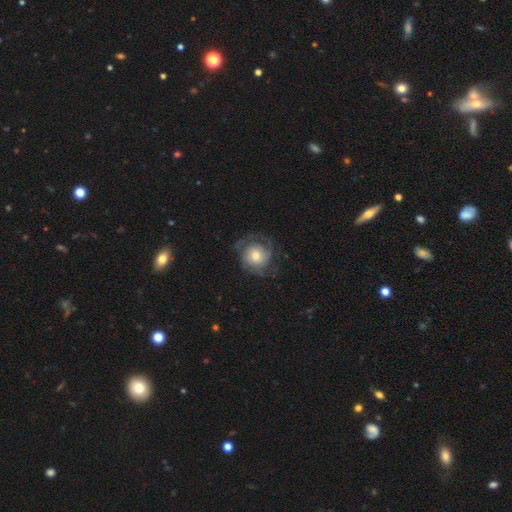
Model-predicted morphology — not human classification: This appears to be a featured or disk galaxy (59%) with no bar (81%), spiral arms (83%) and a moderate central bulge (55%). Merging: none (64%).